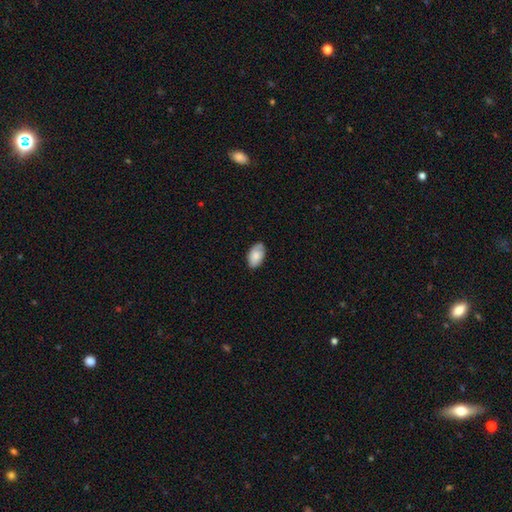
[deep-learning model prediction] A smooth galaxy with no disk features (78%) that is in between round and cigar-shaped (94%). Merging: none (79%).